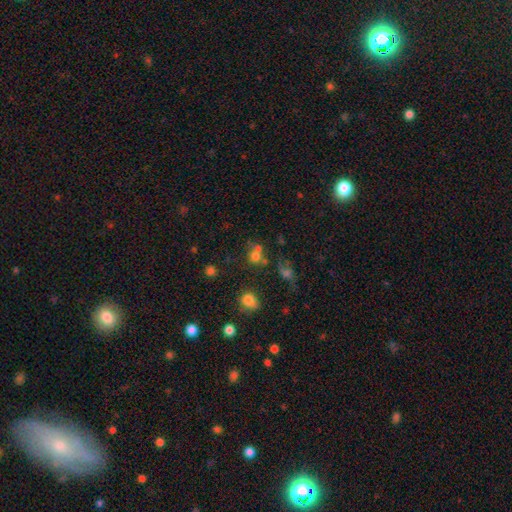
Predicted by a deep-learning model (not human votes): Smooth or featured? smooth (66%)
How rounded? round (74%)
Merging? none (43%)